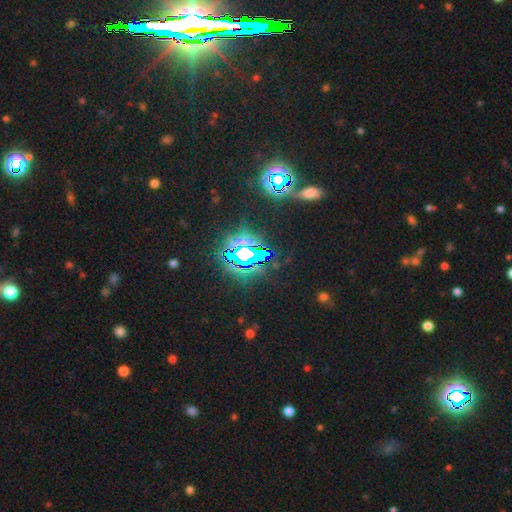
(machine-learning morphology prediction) smooth_or_featured: star or artifact (p=0.81) [alt: smooth p=0.10]